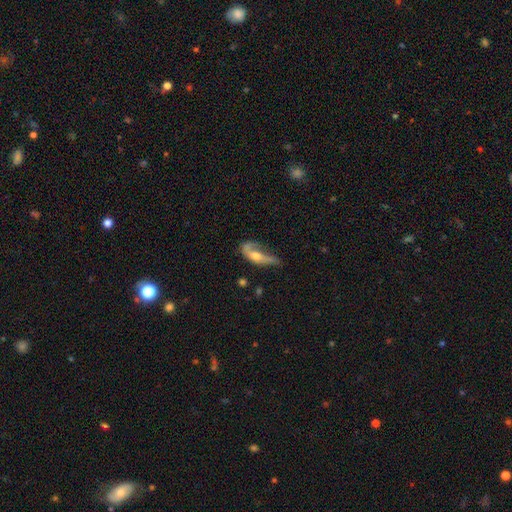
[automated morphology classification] A featured or disk galaxy (53%). Merging: major disturbance (46%).